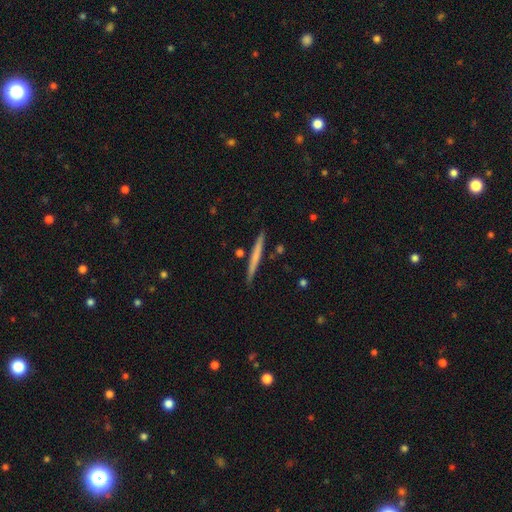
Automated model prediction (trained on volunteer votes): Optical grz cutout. It shows a smooth galaxy with no disk features (55%) that is cigar-shaped (97%). Merging: none (89%).